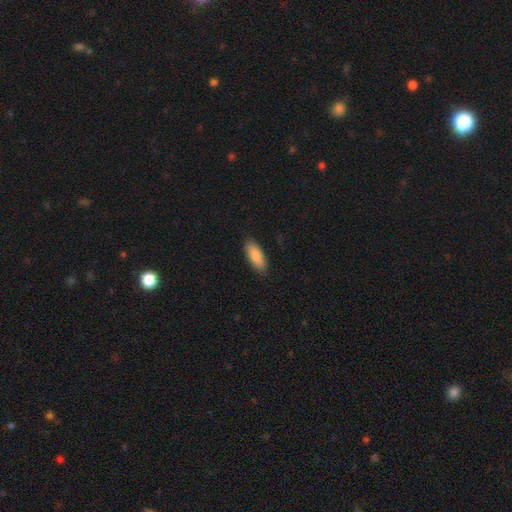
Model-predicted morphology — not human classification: smooth-or-featured: smooth: 89% | featured or disk: 6% | star or artifact: 5%
  how-rounded: in between: 75% | cigar-shaped: 23% | round: 2%
  merging: none: 88% | minor disturbance: 9% | major disturbance: 2% | merger: 1%